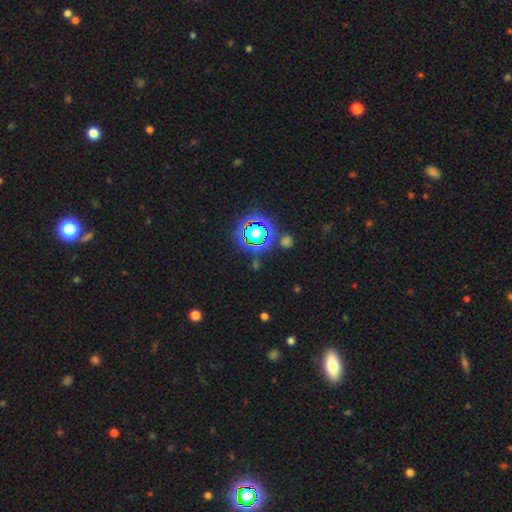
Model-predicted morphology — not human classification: Smooth or featured: star or artifact — 75% (smooth — 16%)